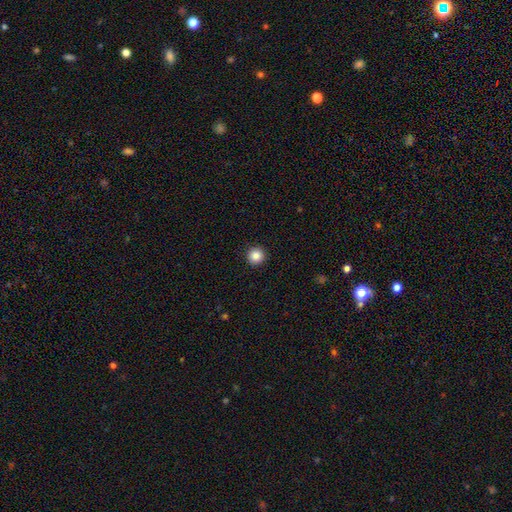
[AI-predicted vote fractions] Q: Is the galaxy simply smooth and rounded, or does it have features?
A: smooth — 86%.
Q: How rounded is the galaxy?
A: round — 96%.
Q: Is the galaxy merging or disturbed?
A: none — 93%.